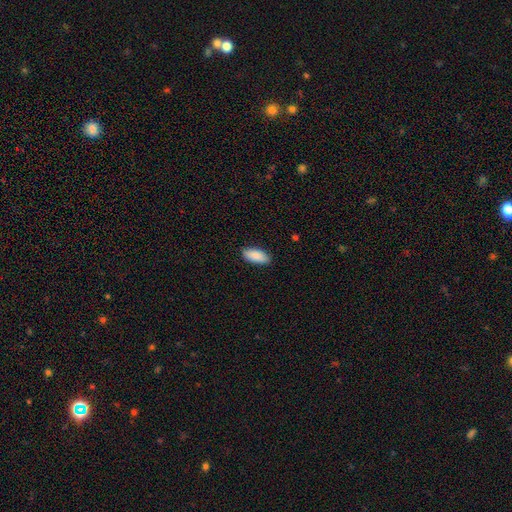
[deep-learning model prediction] The model was most divided on "merging": none: 87%, minor disturbance: 10%, major disturbance: 2%, merger: 1%. More confident: smooth or featured — smooth (89%); how rounded — in between (89%).